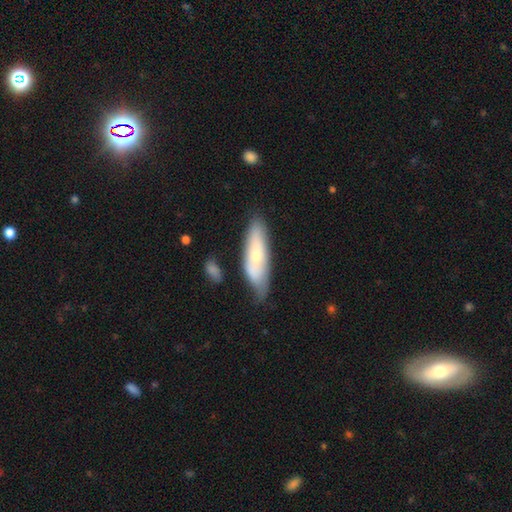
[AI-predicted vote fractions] Smooth or featured: smooth — 53% (featured or disk — 40%)
How rounded: cigar-shaped — 52% (in between — 46%)
Merging: none — 66% (minor disturbance — 24%)